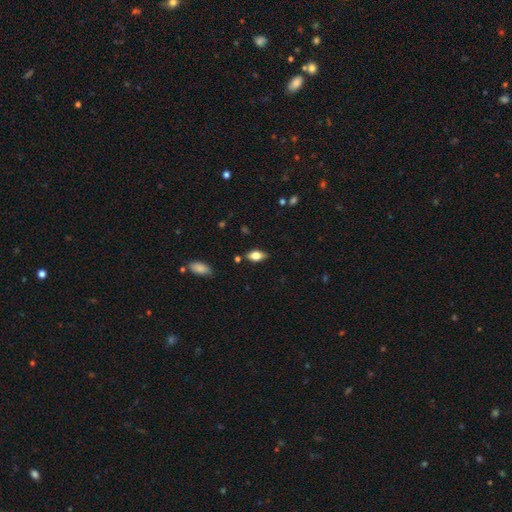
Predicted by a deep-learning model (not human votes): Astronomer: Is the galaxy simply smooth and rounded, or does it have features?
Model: smooth — 74%.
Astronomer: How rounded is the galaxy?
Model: in between — 88%.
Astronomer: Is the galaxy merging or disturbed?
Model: none — 82%.